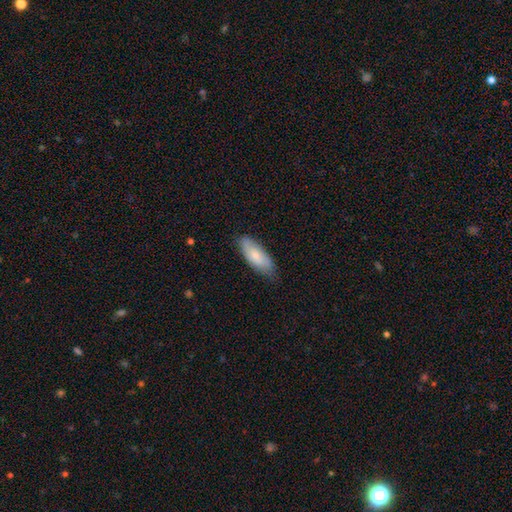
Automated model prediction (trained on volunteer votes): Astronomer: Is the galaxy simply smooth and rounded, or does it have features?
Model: smooth — 68%.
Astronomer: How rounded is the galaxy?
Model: in between — 78%.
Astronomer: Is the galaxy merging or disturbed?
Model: none — 71%.